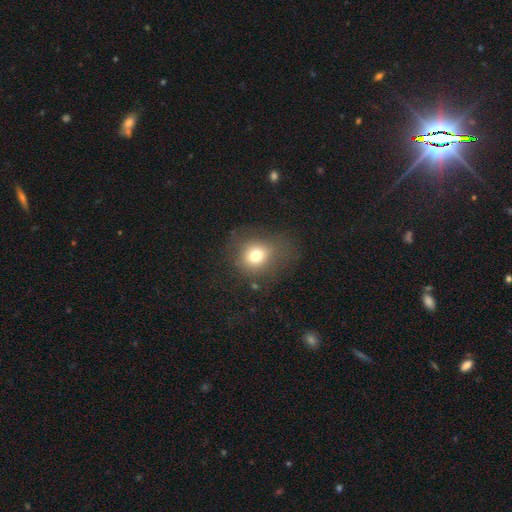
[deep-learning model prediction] The model was most divided on "merging": none: 67%, minor disturbance: 18%, major disturbance: 13%, merger: 2%. More confident: how rounded — round (74%); smooth or featured — smooth (73%).